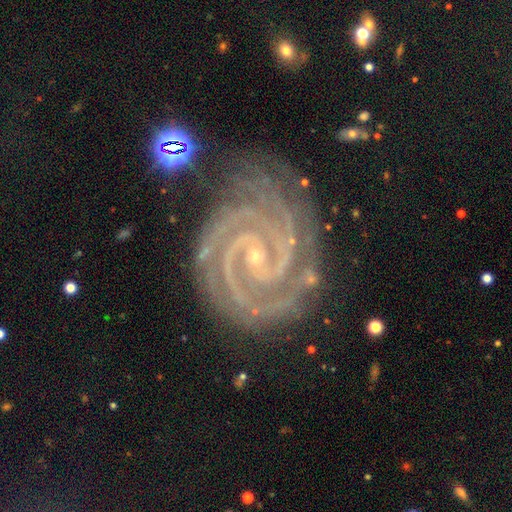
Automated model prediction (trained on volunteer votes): Q: Smooth or featured?
A: featured or disk (93%); runner-up: star or artifact (5%)
Q: Edge-on disk?
A: no (98%); runner-up: yes (2%)
Q: Bar?
A: no (41%); runner-up: weak (33%)
Q: Spiral arms?
A: yes (99%); runner-up: no (1%)
Q: Spiral winding?
A: tight (87%); runner-up: medium (12%)
Q: Spiral arm count?
A: 2 (62%); runner-up: 3 (16%)
Q: Bulge size?
A: small (86%); runner-up: moderate (10%)
Q: Merging?
A: none (78%); runner-up: minor disturbance (16%)